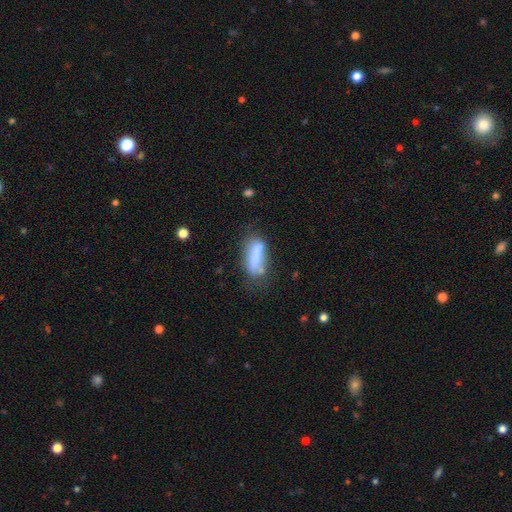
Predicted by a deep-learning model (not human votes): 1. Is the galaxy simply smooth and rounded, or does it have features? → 72% smooth, 18% featured or disk, 10% star or artifact.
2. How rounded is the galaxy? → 61% in between, 37% cigar-shaped, 2% round.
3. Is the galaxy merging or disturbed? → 43% none, 28% minor disturbance, 19% major disturbance, 10% merger.